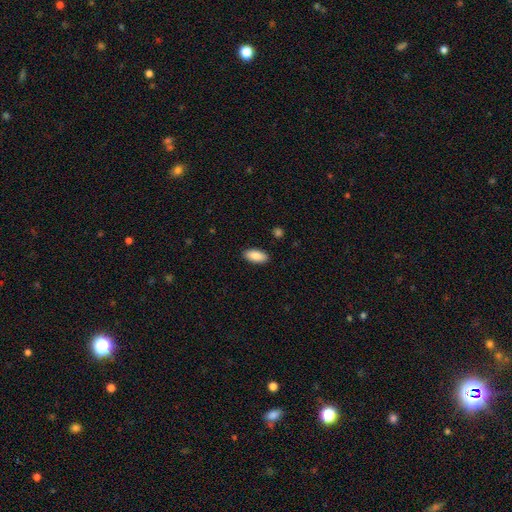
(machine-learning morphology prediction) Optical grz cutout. It shows a smooth galaxy with no disk features (88%) that is in between round and cigar-shaped (90%). Merging: none (89%).